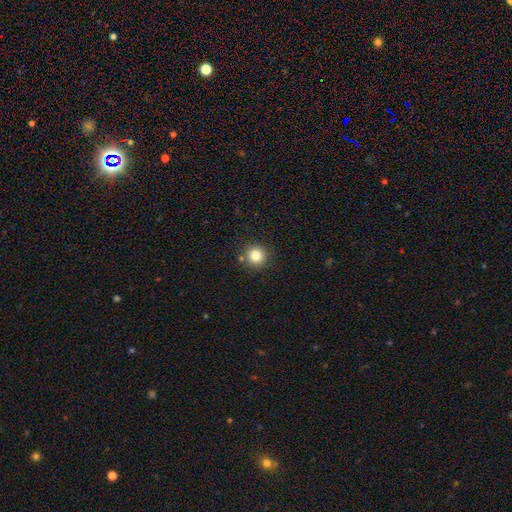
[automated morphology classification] The model was most divided on "smooth or featured": smooth: 82%, star or artifact: 12%, featured or disk: 6%. More confident: how rounded — round (94%); merging — none (86%).